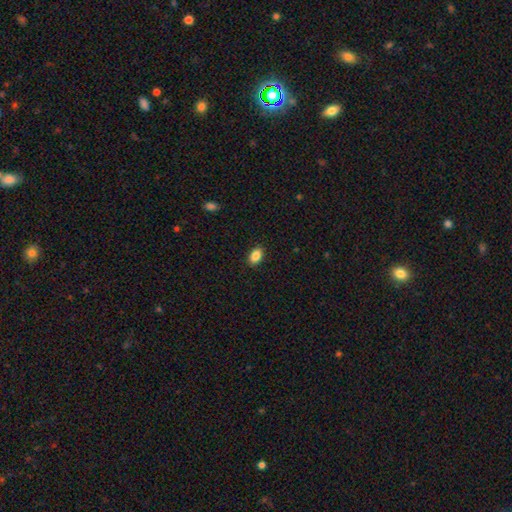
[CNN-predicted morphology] Q: Smooth or featured?
A: smooth (87%); runner-up: star or artifact (8%)
Q: How rounded?
A: in between (89%); runner-up: round (9%)
Q: Merging?
A: none (90%); runner-up: minor disturbance (8%)